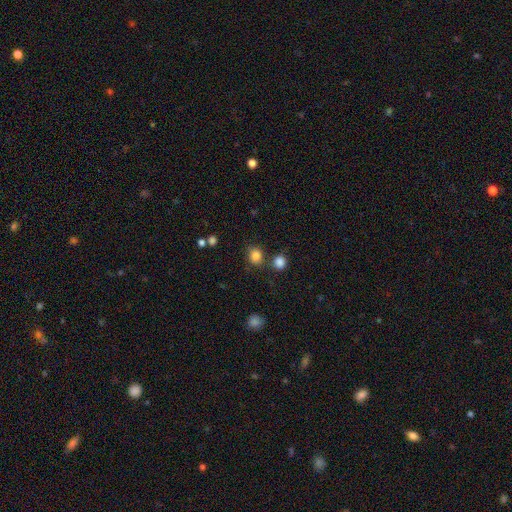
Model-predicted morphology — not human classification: Overall: smooth (84%). How rounded: round (78%). Merging: none (75%).